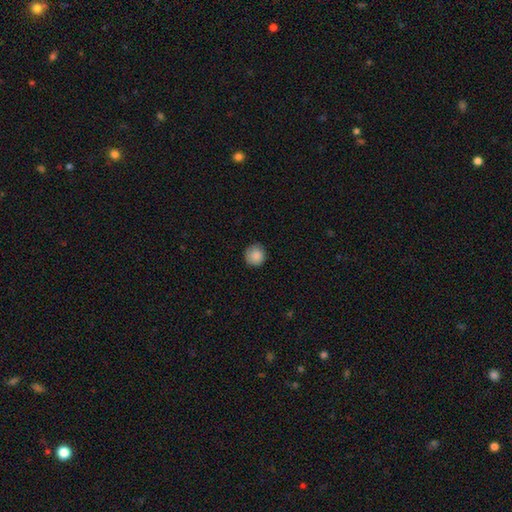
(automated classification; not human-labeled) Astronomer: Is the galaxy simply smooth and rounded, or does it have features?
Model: smooth — 87%.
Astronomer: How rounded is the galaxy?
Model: round — 92%.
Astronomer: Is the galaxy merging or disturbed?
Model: none — 83%.